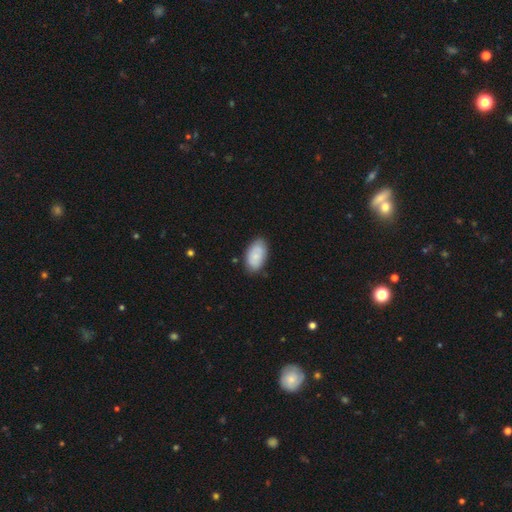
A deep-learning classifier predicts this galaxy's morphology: Smooth or featured: smooth — 73% (featured or disk — 21%)
How rounded: in between — 94% (round — 4%)
Merging: none — 79% (minor disturbance — 16%)